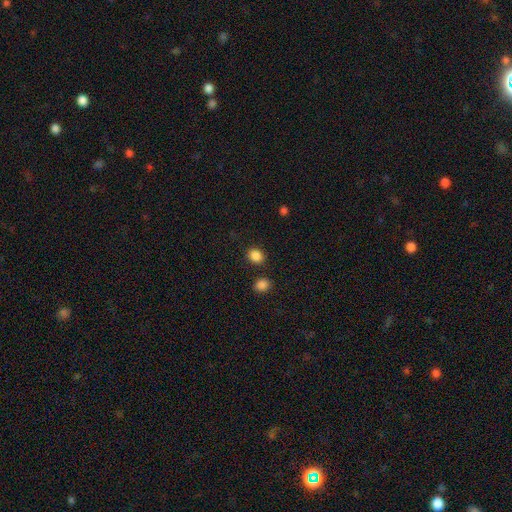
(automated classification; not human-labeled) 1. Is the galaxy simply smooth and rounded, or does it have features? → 87% smooth, 10% star or artifact, 3% featured or disk.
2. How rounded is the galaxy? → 65% round, 34% in between, 1% cigar-shaped.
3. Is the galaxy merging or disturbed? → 83% none, 8% minor disturbance, 5% merger, 3% major disturbance.